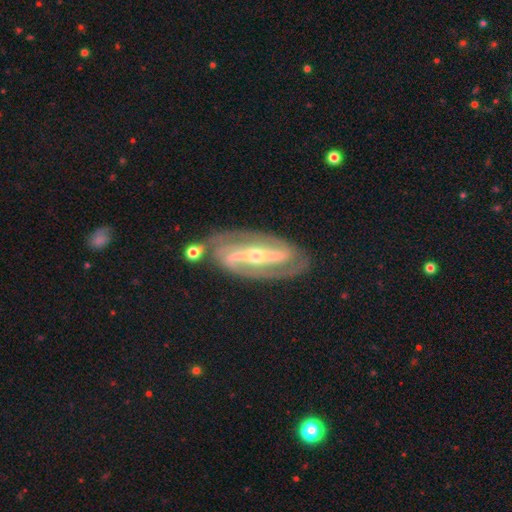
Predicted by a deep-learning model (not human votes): smooth_or_featured: featured or disk (p=0.91) [alt: smooth p=0.05]
disk_edge_on: no (p=0.93) [alt: yes p=0.07]
bar: strong (p=0.78) [alt: weak p=0.14]
has_spiral_arms: yes (p=0.96) [alt: no p=0.04]
spiral_winding: tight (p=0.44) [alt: medium p=0.43]
spiral_arm_count: 2 (p=0.91) [alt: can't tell p=0.03]
bulge_size: small (p=0.48) [tied with: moderate p=0.48]
merging: none (p=0.80) [alt: minor disturbance p=0.12]